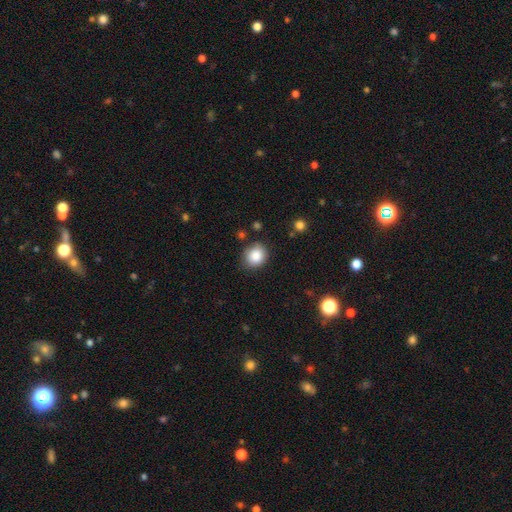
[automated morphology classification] type=smooth (86%); roundness=round (74%); merging=none (80%).